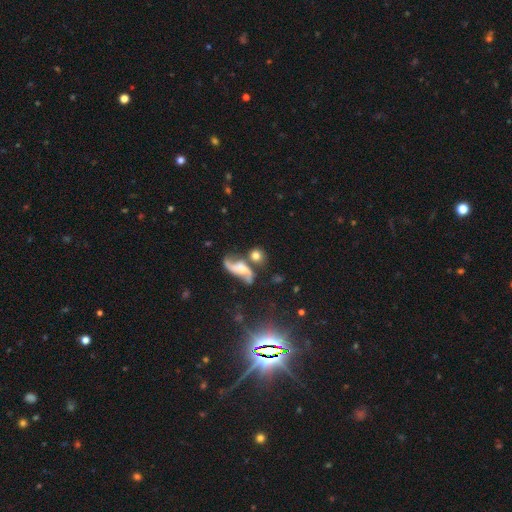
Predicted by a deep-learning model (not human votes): smooth-or-featured: smooth: 57% | featured or disk: 32% | star or artifact: 12%
  how-rounded: round: 69% | in between: 27% | cigar-shaped: 4%
  merging: none: 47% | merger: 29% | minor disturbance: 13% | major disturbance: 10%